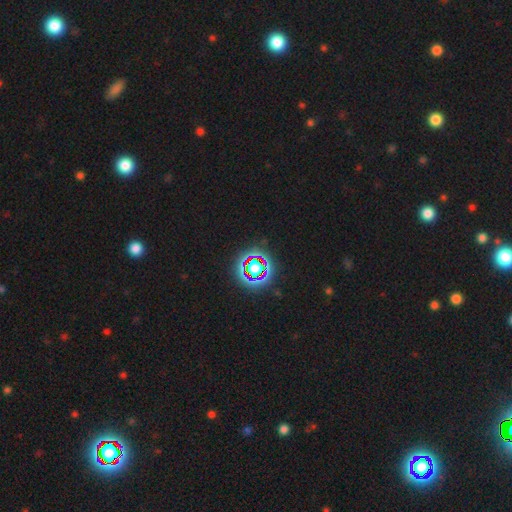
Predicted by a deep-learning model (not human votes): This appears to be a star or artifact, not a galaxy (76%).